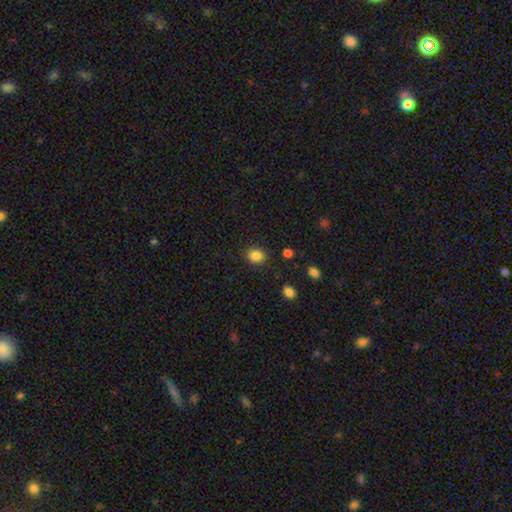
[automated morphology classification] Q: Smooth or featured?
A: smooth (85%); runner-up: star or artifact (10%)
Q: How rounded?
A: round (69%); runner-up: in between (30%)
Q: Merging?
A: none (86%); runner-up: minor disturbance (9%)